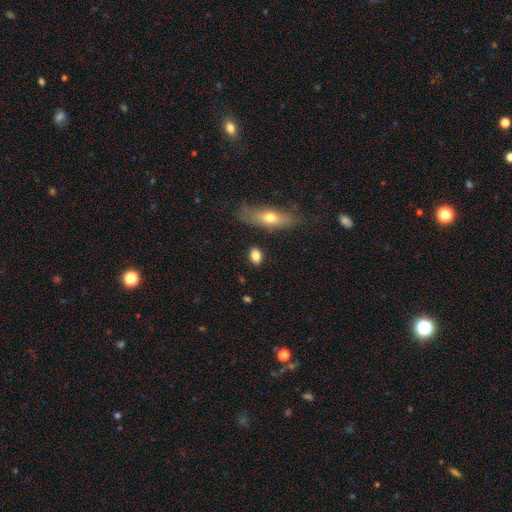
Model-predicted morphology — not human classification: A smooth galaxy with no disk features (82%) that is in between round and cigar-shaped (73%). Merging: none (84%).